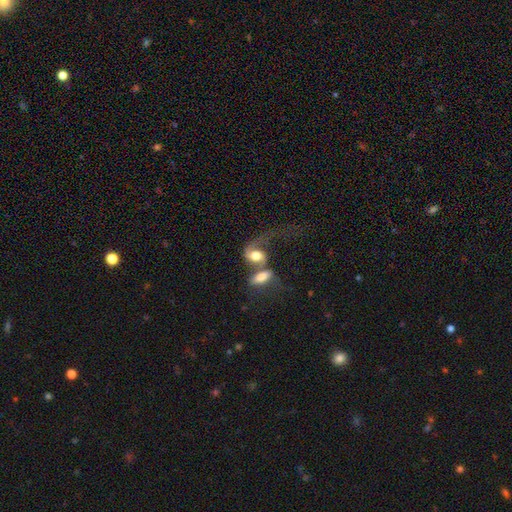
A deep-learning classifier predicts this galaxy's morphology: A featured or disk galaxy (49%). Merging: merger (69%).